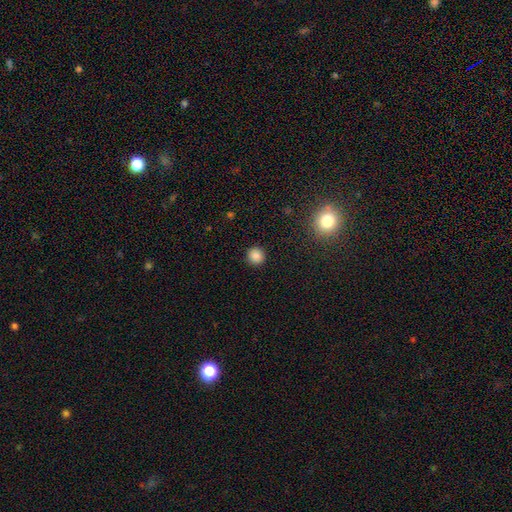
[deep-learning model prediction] This appears to be a smooth galaxy with no disk features (86%) that is round (94%). Merging: none (92%).